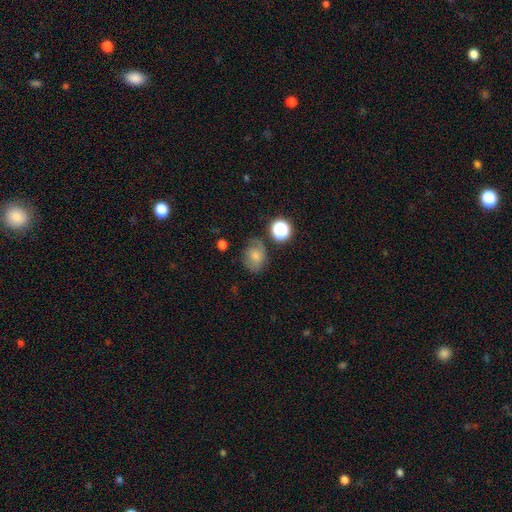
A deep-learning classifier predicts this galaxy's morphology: Overall: smooth (61%; featured or disk 26%). How rounded: in between (53%; round 46%). Merging: none (57%; minor disturbance 27%).